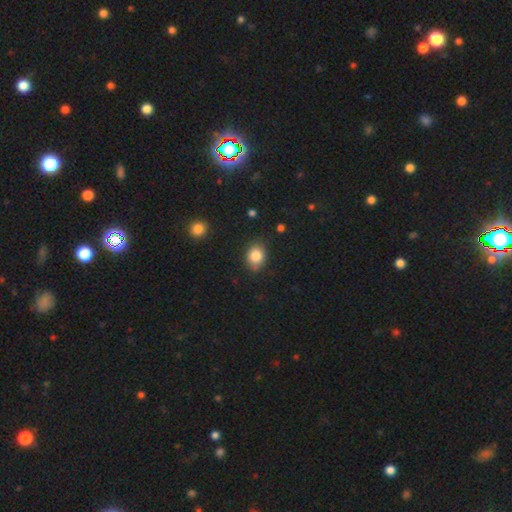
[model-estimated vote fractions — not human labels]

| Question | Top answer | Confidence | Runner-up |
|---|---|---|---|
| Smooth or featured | smooth | 83% | star or artifact (9%) |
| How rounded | in between | 56% | round (43%) |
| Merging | none | 79% | minor disturbance (16%) |